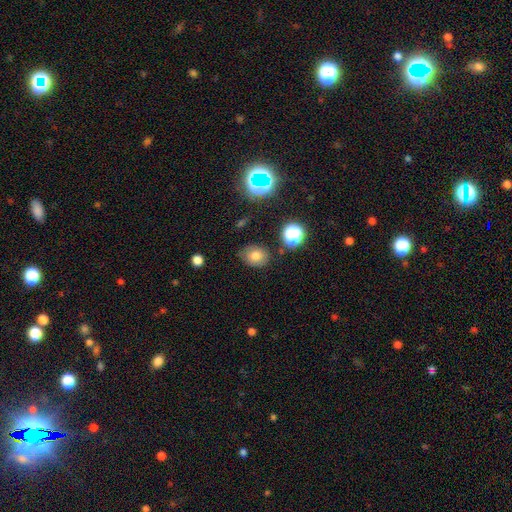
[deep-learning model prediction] smooth-or-featured: smooth: 74% | star or artifact: 16% | featured or disk: 11%
  how-rounded: round: 55% | in between: 44% | cigar-shaped: 1%
  merging: none: 78% | minor disturbance: 15% | major disturbance: 4% | merger: 3%